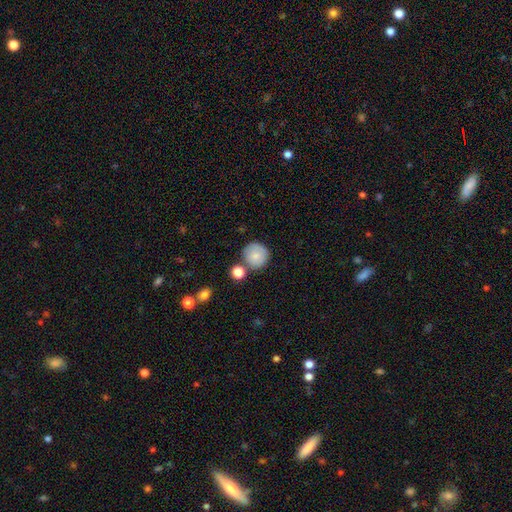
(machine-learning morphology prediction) Smooth or featured: smooth — 80% (featured or disk — 11%)
How rounded: round — 92% (in between — 7%)
Merging: none — 72% (minor disturbance — 13%)